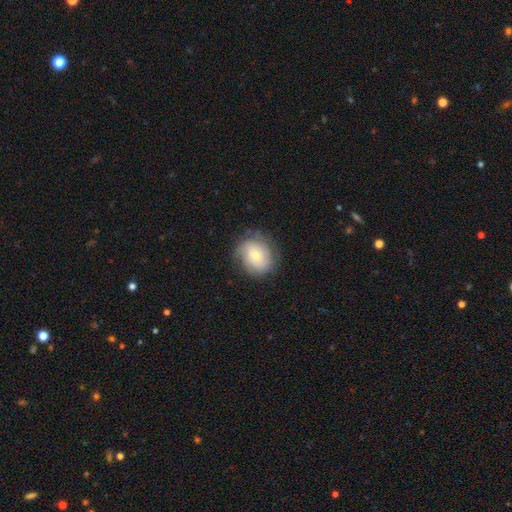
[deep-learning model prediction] A featured or disk galaxy (47%).

Vote fractions:
- Smooth or featured? featured or disk: 47% / smooth: 44% / star or artifact: 8%
- Merging? none: 71% / minor disturbance: 19% / major disturbance: 8% / merger: 1%